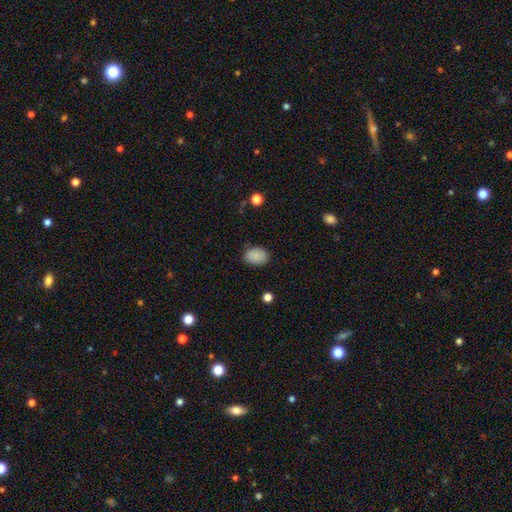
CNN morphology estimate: Smooth or featured? Predicted: smooth (p=0.88). How rounded? Predicted: in between (p=0.76). Merging? Predicted: none (p=0.81).